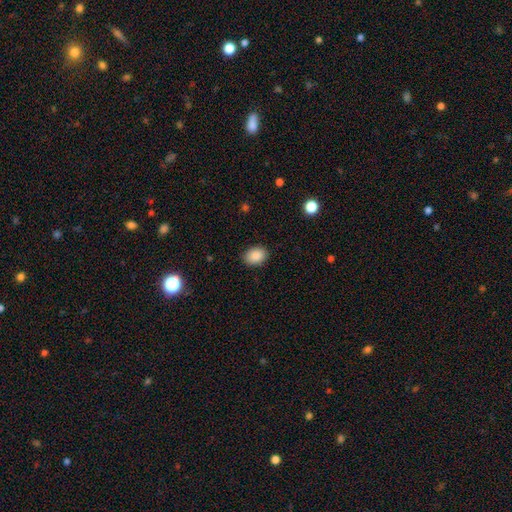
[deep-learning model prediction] A smooth galaxy with no disk features (88%) that is in between round and cigar-shaped (77%). Merging: none (88%).